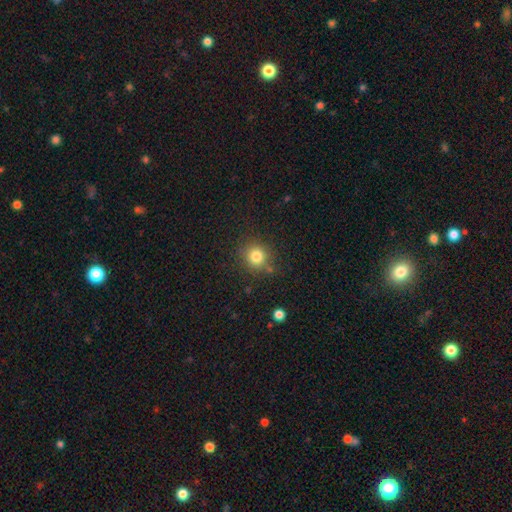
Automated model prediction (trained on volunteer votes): Smooth or featured?
  - smooth: 81% *
  - star or artifact: 12%
  - featured or disk: 6%
How rounded?
  - round: 89% *
  - in between: 10%
  - cigar-shaped: 1%
Merging?
  - none: 81% *
  - minor disturbance: 11%
  - merger: 4%
  - major disturbance: 4%